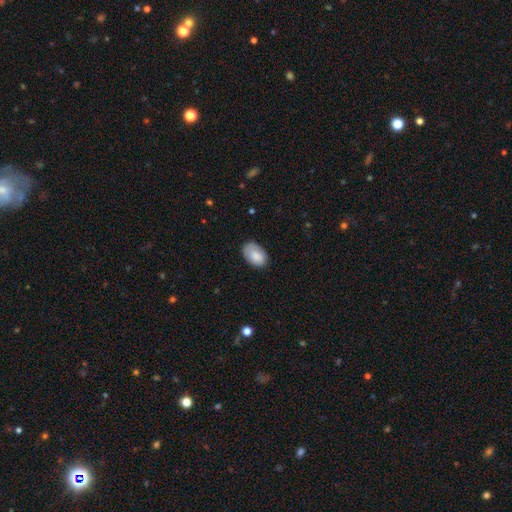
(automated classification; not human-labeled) A smooth galaxy with no disk features (81%) that is in between round and cigar-shaped (91%).

Vote fractions:
- Smooth or featured? smooth: 81% / featured or disk: 13% / star or artifact: 6%
- How rounded? in between: 91% / round: 8% / cigar-shaped: 1%
- Merging? none: 73% / minor disturbance: 21% / major disturbance: 5% / merger: 1%